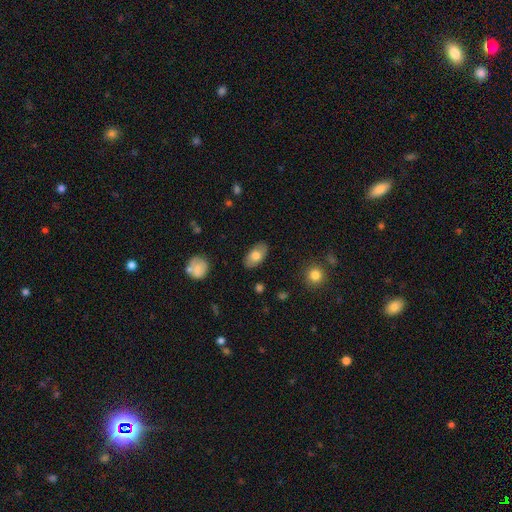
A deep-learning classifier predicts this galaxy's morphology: Smooth or featured? Predicted: smooth (p=0.74). How rounded? Predicted: in between (p=0.92). Merging? Predicted: none (p=0.85).